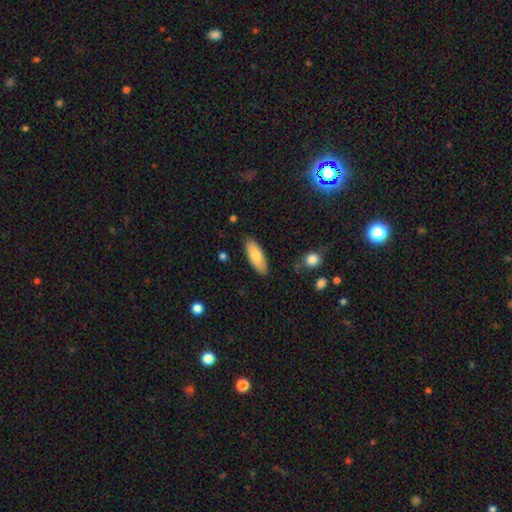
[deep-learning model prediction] Overall: smooth (82%). How rounded: in between (71%). Merging: none (86%).